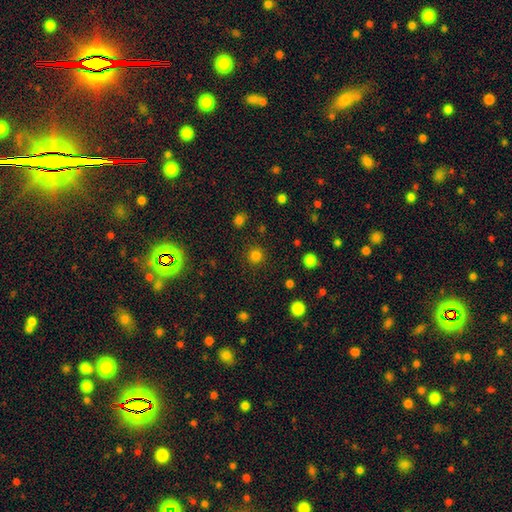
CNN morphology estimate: smooth 80%, star or artifact 16%, featured or disk 4%. Down the decision tree: how rounded — round (94%); merging — none (90%).